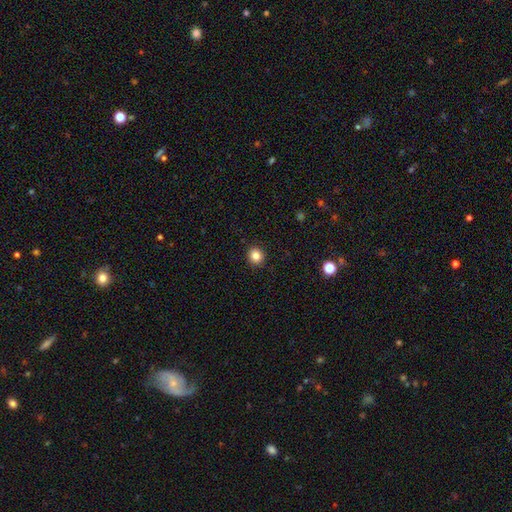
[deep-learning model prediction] Morphology: type=smooth (84%); roundness=round (89%); merging=none (92%).